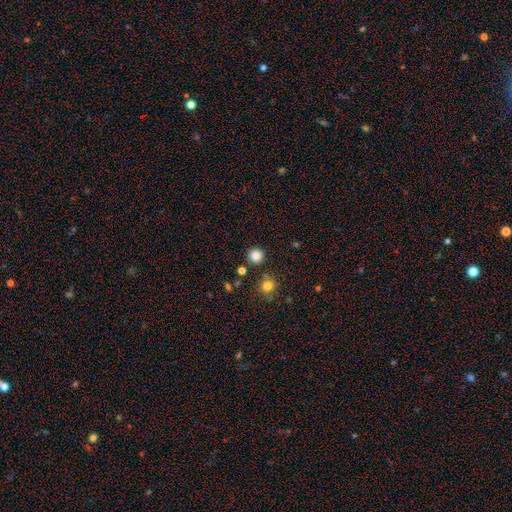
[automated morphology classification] Smooth or featured?
  - smooth: 84% *
  - star or artifact: 13%
  - featured or disk: 4%
How rounded?
  - round: 94% *
  - in between: 5%
  - cigar-shaped: 1%
Merging?
  - none: 88% *
  - minor disturbance: 6%
  - merger: 4%
  - major disturbance: 2%